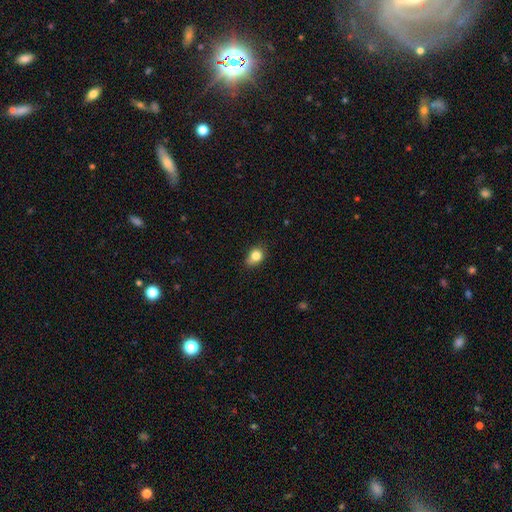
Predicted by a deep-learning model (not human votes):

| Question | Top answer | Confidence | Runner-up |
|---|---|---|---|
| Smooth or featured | smooth | 81% | star or artifact (10%) |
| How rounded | round | 50% | in between (49%) |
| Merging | none | 59% | minor disturbance (32%) |